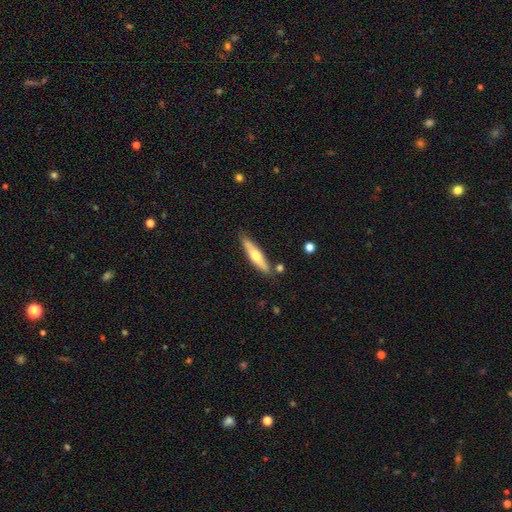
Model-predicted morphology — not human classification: featured or disk 49%, smooth 46%, star or artifact 5%. Down the decision tree: merging — none (81%).